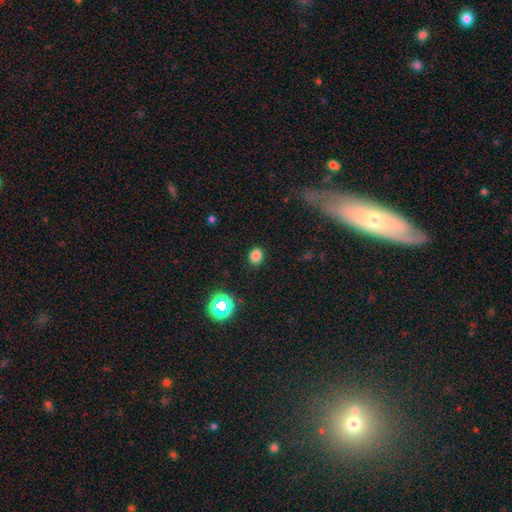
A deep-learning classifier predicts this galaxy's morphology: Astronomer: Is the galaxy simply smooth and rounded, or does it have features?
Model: smooth — 81%.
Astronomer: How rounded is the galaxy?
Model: round — 62%.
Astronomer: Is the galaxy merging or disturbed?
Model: none — 88%.